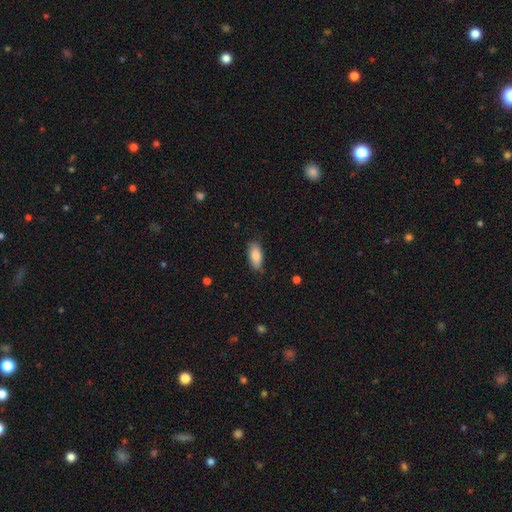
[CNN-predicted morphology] Q: Smooth or featured?
A: smooth (86%); runner-up: featured or disk (7%)
Q: How rounded?
A: in between (88%); runner-up: cigar-shaped (10%)
Q: Merging?
A: none (78%); runner-up: minor disturbance (18%)